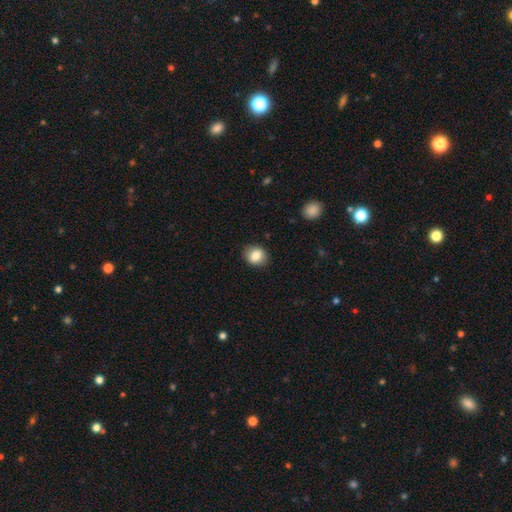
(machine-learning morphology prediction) type=smooth (83%); roundness=round (60%); merging=none (86%).